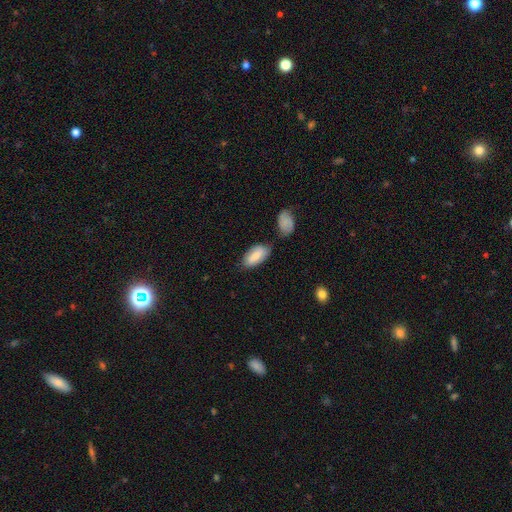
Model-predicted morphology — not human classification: A smooth galaxy with no disk features (79%) that is in between round and cigar-shaped (91%).

Vote fractions:
- Smooth or featured? smooth: 79% / featured or disk: 15% / star or artifact: 6%
- How rounded? in between: 91% / cigar-shaped: 6% / round: 2%
- Merging? none: 60% / minor disturbance: 20% / merger: 14% / major disturbance: 5%